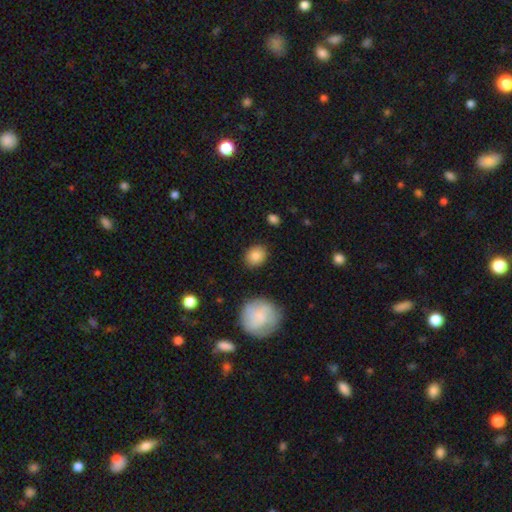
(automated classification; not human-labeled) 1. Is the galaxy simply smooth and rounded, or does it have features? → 85% smooth, 8% star or artifact, 7% featured or disk.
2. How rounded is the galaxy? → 63% round, 36% in between, 1% cigar-shaped.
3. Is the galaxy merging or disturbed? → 87% none, 9% minor disturbance, 2% major disturbance, 2% merger.